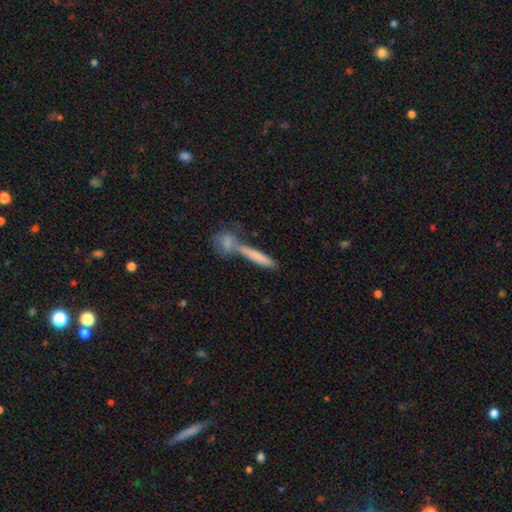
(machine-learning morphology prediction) Q: Smooth or featured?
A: smooth (69%); runner-up: featured or disk (24%)
Q: How rounded?
A: cigar-shaped (88%); runner-up: in between (10%)
Q: Merging?
A: none (54%); runner-up: merger (32%)